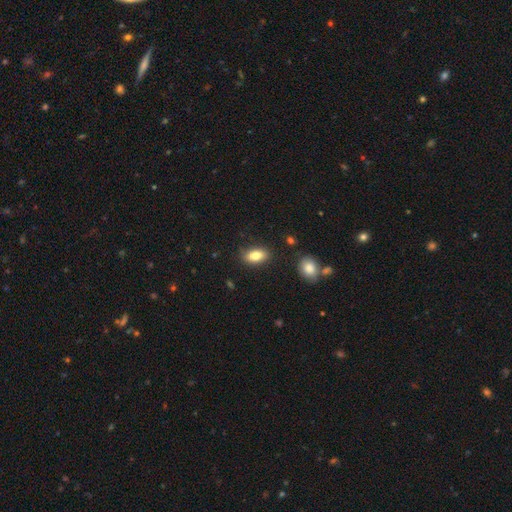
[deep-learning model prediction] This is clearly a smooth galaxy (80%). How rounded: clearly in between (87%). Merging: clearly none (84%).